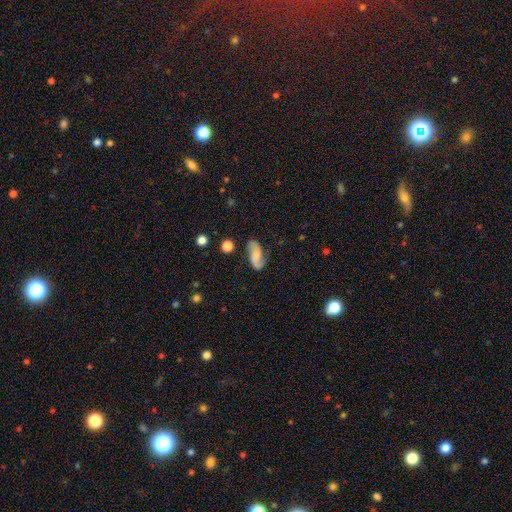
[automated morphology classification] featured or disk 53%, smooth 39%, star or artifact 8%. Down the decision tree: edge-on disk — no (95%); bar — no (58%); spiral arms — yes (92%); bulge size — none (38%); merging — none (72%).